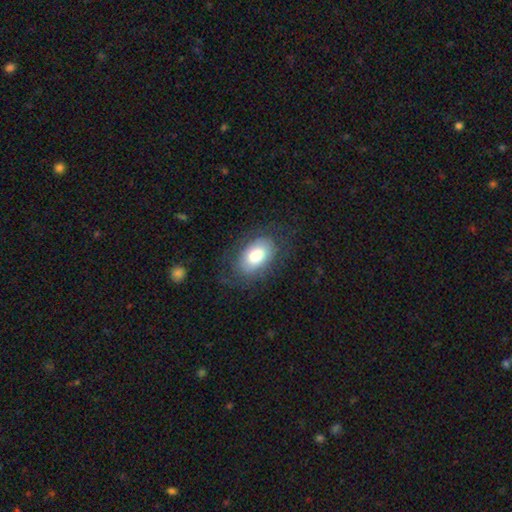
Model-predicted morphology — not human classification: smooth_or_featured: smooth (p=0.68) [alt: featured or disk p=0.25]
how_rounded: in between (p=0.90) [alt: round p=0.09]
merging: none (p=0.73) [alt: minor disturbance p=0.16]